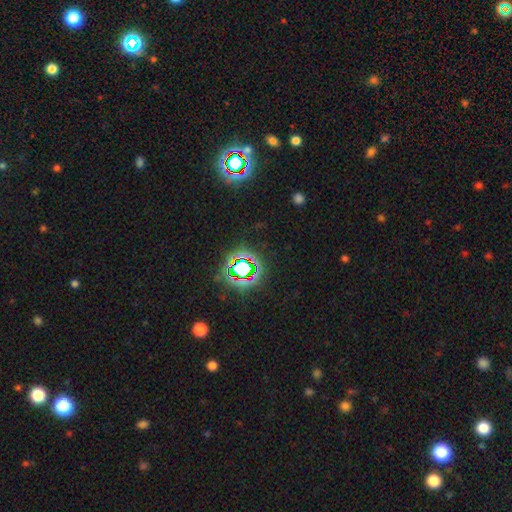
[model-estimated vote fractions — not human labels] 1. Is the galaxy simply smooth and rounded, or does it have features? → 79% star or artifact, 13% smooth, 9% featured or disk.